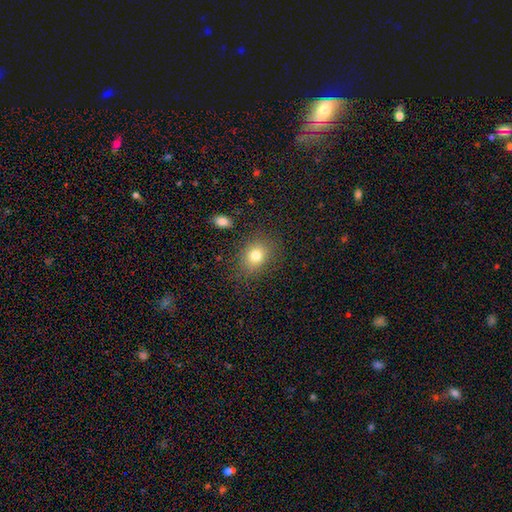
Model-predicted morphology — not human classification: type=smooth (78%); roundness=round (50%); merging=none (83%).